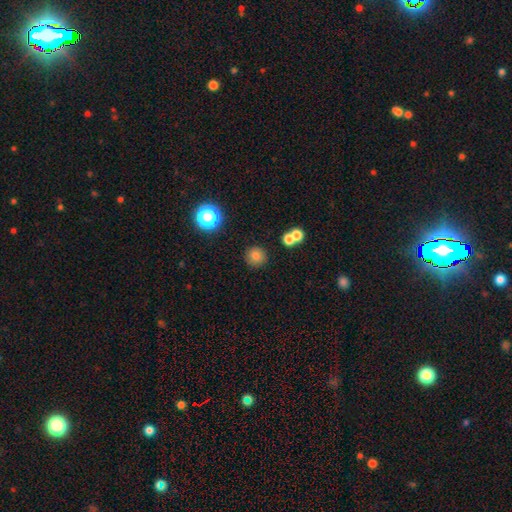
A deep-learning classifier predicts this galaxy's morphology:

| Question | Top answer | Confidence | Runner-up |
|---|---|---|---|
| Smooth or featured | smooth | 79% | star or artifact (14%) |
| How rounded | round | 94% | in between (5%) |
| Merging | none | 83% | minor disturbance (7%) |